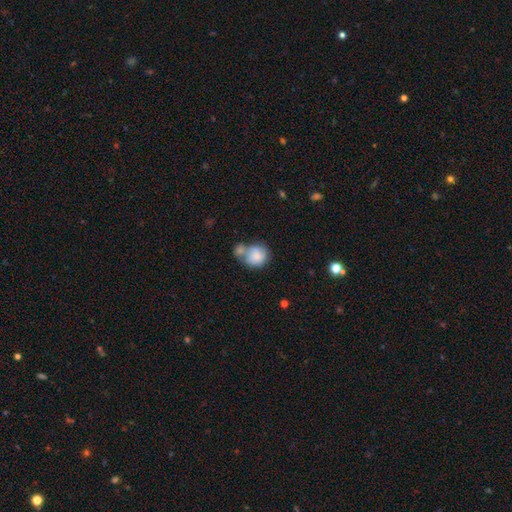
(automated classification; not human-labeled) Smooth or featured? Predicted: smooth (p=0.75). How rounded? Predicted: round (p=0.67). Merging? Predicted: merger (p=0.54).